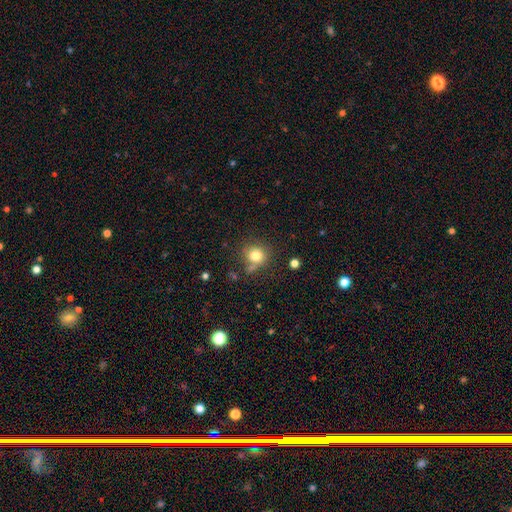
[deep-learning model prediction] Smooth or featured? Predicted: smooth (p=0.79). How rounded? Predicted: round (p=0.83). Merging? Predicted: none (p=0.67).